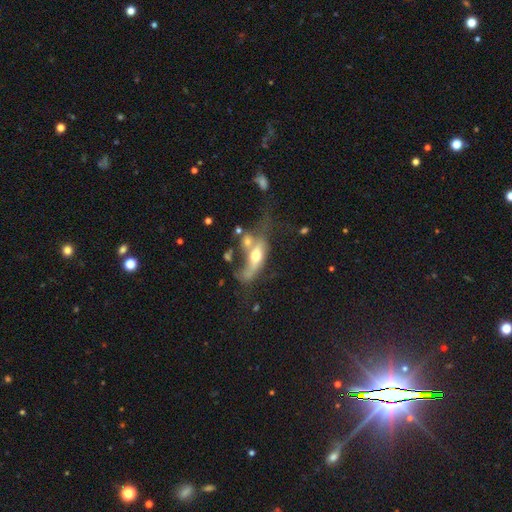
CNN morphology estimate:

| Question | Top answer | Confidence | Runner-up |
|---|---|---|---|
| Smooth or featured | featured or disk | 50% | smooth (41%) |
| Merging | merger | 35% | major disturbance (31%) |